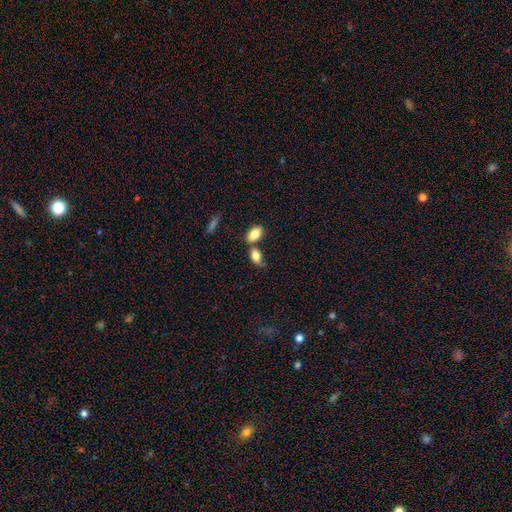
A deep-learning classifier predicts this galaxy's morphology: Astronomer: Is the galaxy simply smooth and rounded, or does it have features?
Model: smooth — 81%.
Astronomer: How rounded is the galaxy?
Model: in between — 85%.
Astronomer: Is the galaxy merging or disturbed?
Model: none — 38% (runner-up: merger, 37%).